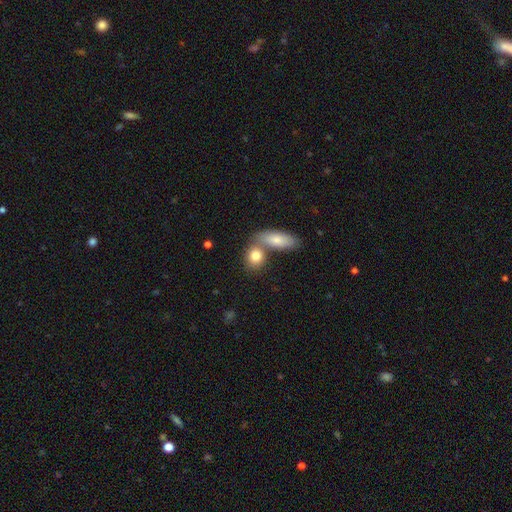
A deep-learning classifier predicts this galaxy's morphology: smooth-or-featured: smooth: 81% | featured or disk: 12% | star or artifact: 7%
  how-rounded: in between: 49% | round: 44% | cigar-shaped: 7%
  merging: none: 46% | merger: 43% | minor disturbance: 8% | major disturbance: 3%